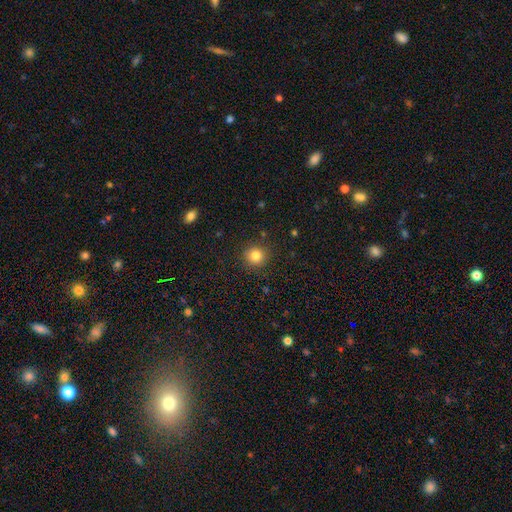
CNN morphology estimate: A smooth galaxy with no disk features (82%) that is round (93%).

Vote fractions:
- Smooth or featured? smooth: 82% / star or artifact: 12% / featured or disk: 6%
- How rounded? round: 93% / in between: 6% / cigar-shaped: 1%
- Merging? none: 90% / minor disturbance: 7% / major disturbance: 2% / merger: 1%